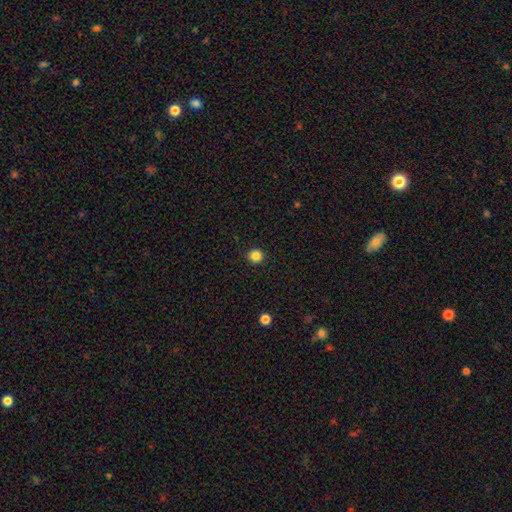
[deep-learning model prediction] The model was most divided on "smooth or featured": smooth: 85%, star or artifact: 11%, featured or disk: 4%. More confident: merging — none (93%); how rounded — round (91%).